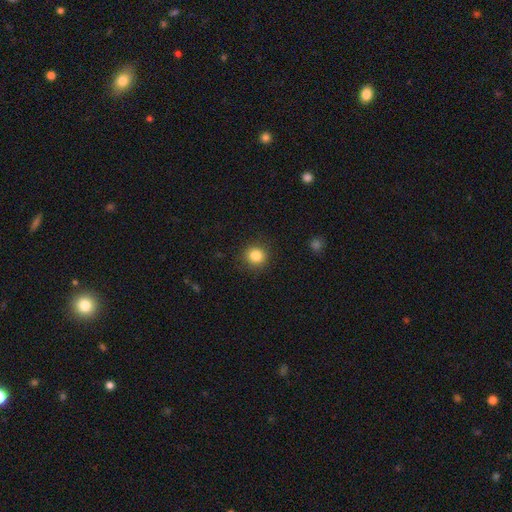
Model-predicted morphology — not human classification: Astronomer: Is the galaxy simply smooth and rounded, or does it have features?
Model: smooth — 85%.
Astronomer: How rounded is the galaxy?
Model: round — 90%.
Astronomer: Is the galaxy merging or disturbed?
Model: none — 89%.